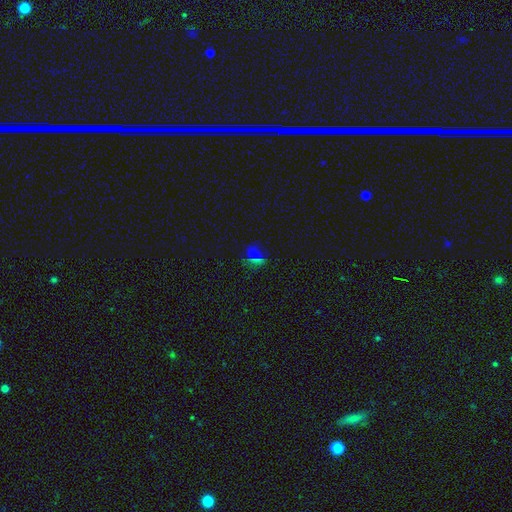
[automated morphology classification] smooth_or_featured: star or artifact (p=0.46) [alt: smooth p=0.45]